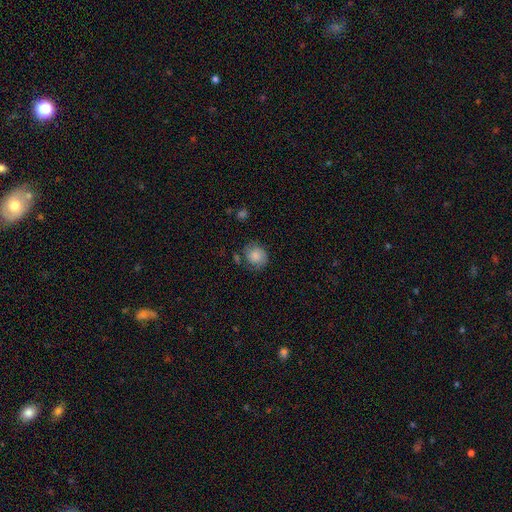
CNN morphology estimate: smooth_or_featured: smooth (p=0.59) [alt: featured or disk p=0.32]
how_rounded: round (p=0.76) [alt: in between p=0.23]
merging: none (p=0.61) [alt: minor disturbance p=0.23]